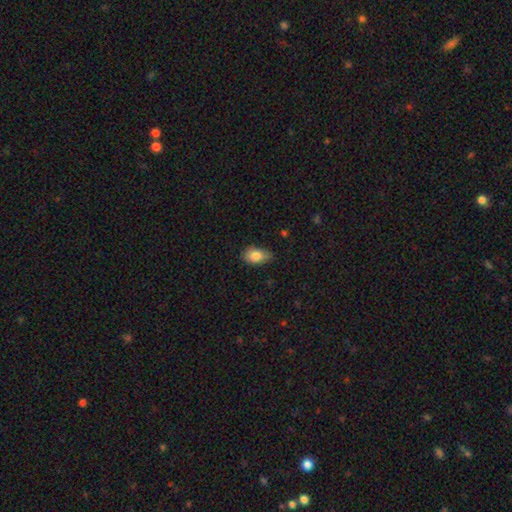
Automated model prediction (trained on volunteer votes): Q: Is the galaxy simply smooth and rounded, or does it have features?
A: smooth — 82%.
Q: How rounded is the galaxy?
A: in between — 88%.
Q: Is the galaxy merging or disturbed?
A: none — 58%.